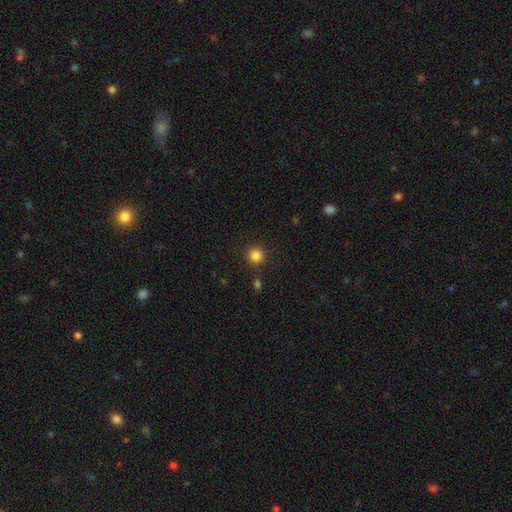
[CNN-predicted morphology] This appears to be a smooth galaxy with no disk features (84%) that is round (94%). Merging: none (89%).